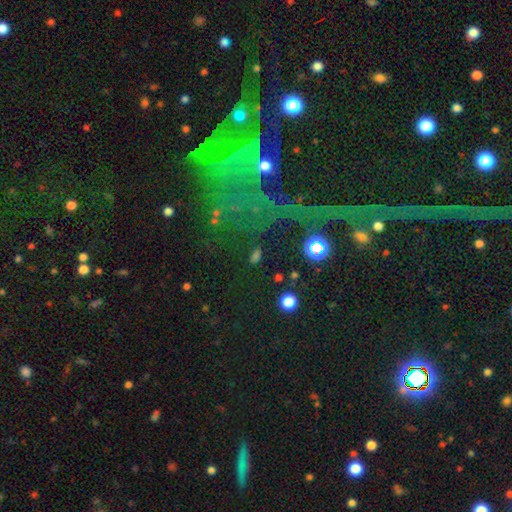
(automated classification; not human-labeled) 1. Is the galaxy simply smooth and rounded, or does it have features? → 45% smooth, 38% star or artifact, 17% featured or disk.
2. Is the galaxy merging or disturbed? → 76% none, 10% minor disturbance, 8% major disturbance, 6% merger.